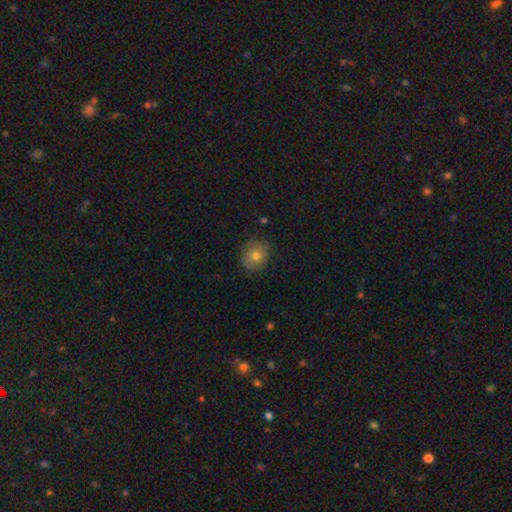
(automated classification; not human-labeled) This is likely a smooth galaxy (74%). How rounded: likely round (68%). Merging: clearly none (84%).